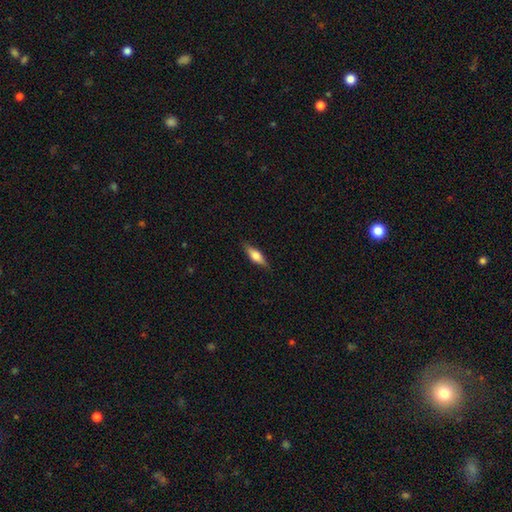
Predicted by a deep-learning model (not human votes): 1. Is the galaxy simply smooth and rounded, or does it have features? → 58% smooth, 35% featured or disk, 7% star or artifact.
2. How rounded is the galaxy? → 53% in between, 44% cigar-shaped, 3% round.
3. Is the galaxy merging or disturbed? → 85% none, 12% minor disturbance, 2% major disturbance, 1% merger.